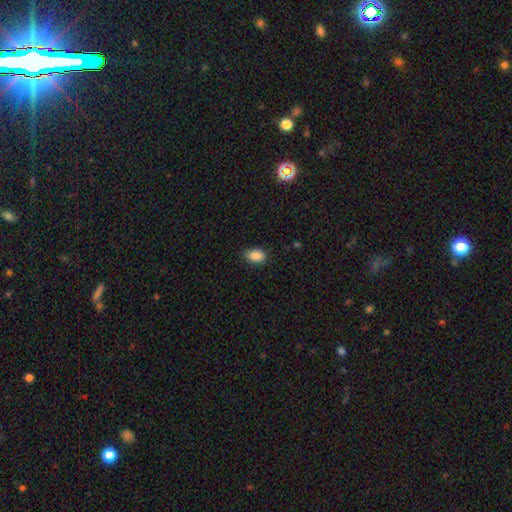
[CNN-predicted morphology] smooth_or_featured: smooth (p=0.88) [alt: star or artifact p=0.08]
how_rounded: in between (p=0.84) [alt: round p=0.14]
merging: none (p=0.81) [alt: minor disturbance p=0.16]